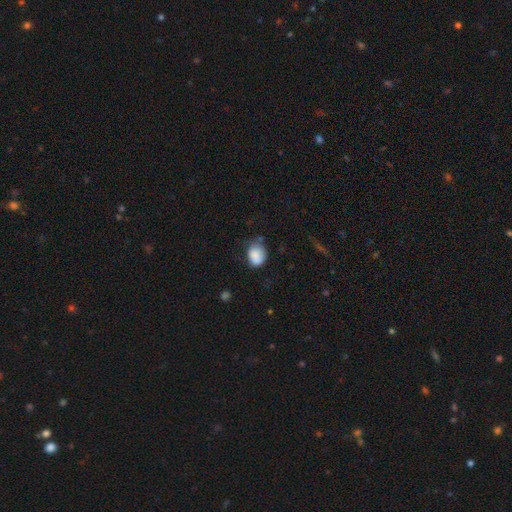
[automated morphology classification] smooth-or-featured: smooth: 83% | featured or disk: 8% | star or artifact: 8%
  how-rounded: in between: 52% | round: 47% | cigar-shaped: 1%
  merging: none: 50% | minor disturbance: 34% | major disturbance: 11% | merger: 5%